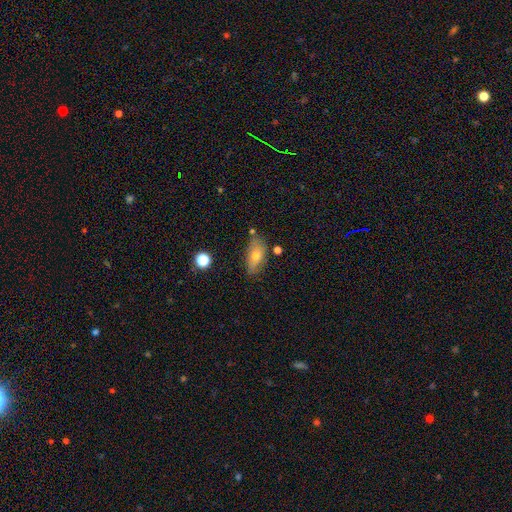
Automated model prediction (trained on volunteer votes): Morphology: type=smooth (63%); roundness=in between (84%); merging=none (72%).